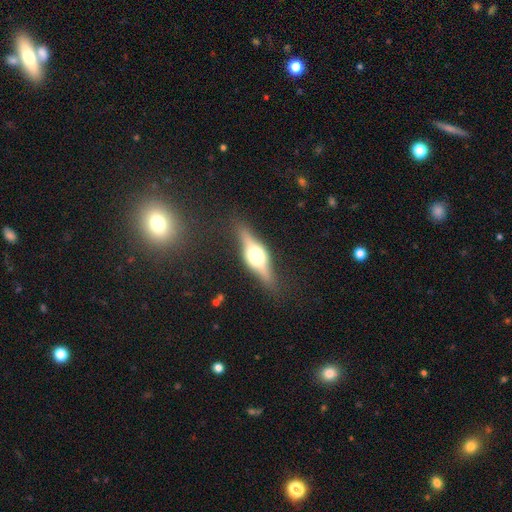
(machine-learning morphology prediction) Overall: featured or disk (71%). Edge-on disk: yes (94%). Edge-on bulge: rounded (90%). Merging: none (82%).